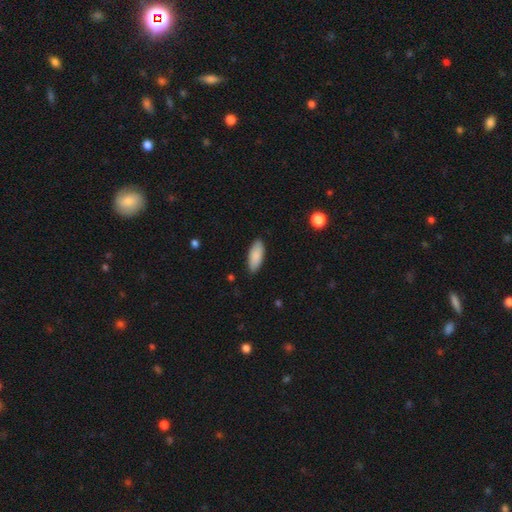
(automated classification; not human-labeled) Smooth or featured? Predicted: smooth (p=0.88). How rounded? Predicted: in between (p=0.80). Merging? Predicted: none (p=0.86).